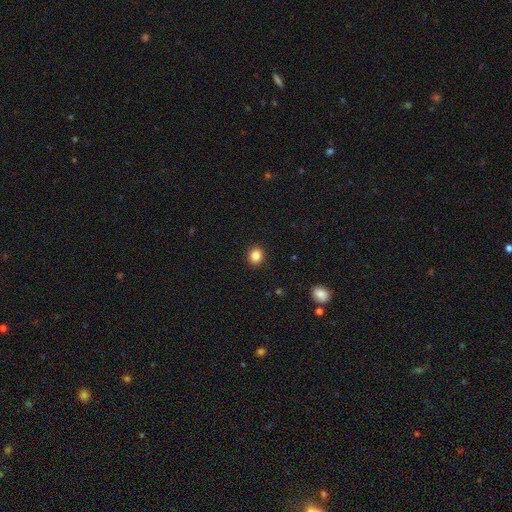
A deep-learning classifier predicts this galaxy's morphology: Smooth or featured: smooth — 85% (star or artifact — 11%)
How rounded: round — 81% (in between — 18%)
Merging: none — 92% (minor disturbance — 5%)